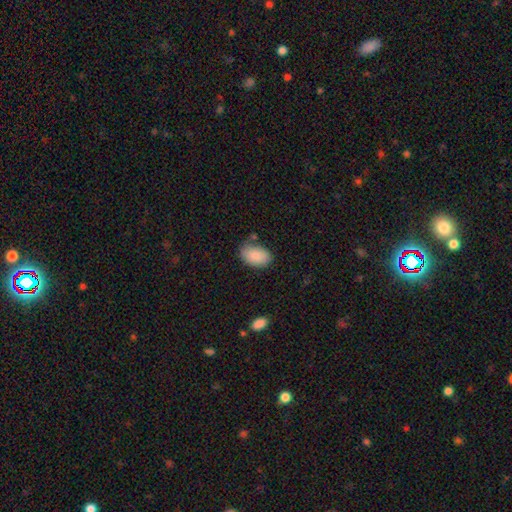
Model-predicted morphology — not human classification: This appears to be a smooth galaxy with no disk features (88%) that is in between round and cigar-shaped (90%). Merging: none (69%).